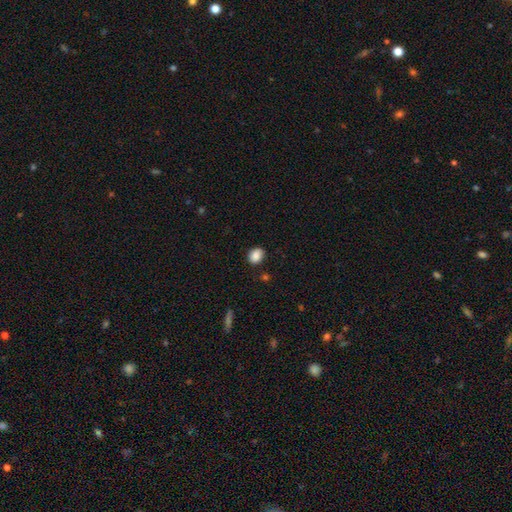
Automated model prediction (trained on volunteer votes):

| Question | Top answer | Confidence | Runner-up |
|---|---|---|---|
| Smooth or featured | smooth | 88% | star or artifact (9%) |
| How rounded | in between | 55% | round (44%) |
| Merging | none | 82% | minor disturbance (14%) |